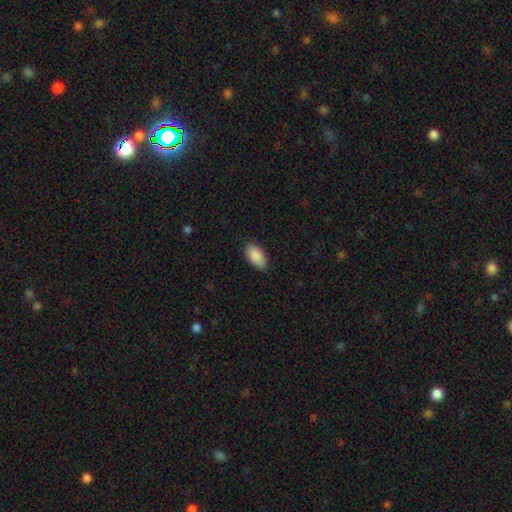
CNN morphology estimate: type=smooth (90%); roundness=in between (94%); merging=none (85%).